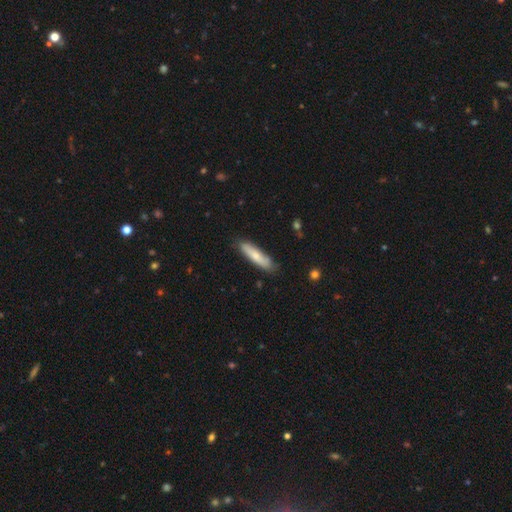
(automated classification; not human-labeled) smooth_or_featured: smooth (p=0.72) [alt: featured or disk p=0.22]
how_rounded: cigar-shaped (p=0.79) [alt: in between p=0.20]
merging: none (p=0.83) [alt: minor disturbance p=0.14]